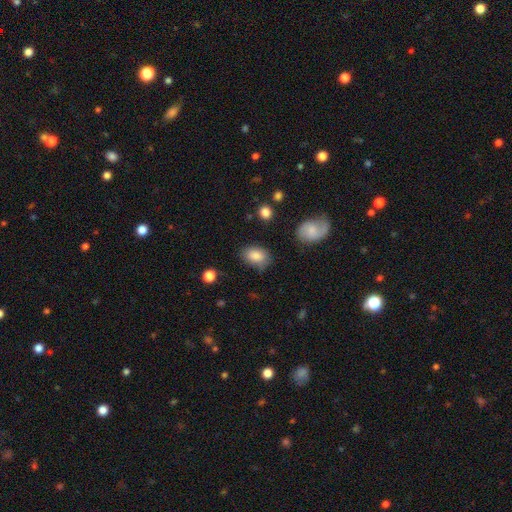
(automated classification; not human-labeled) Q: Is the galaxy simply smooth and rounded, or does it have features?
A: smooth — 83%.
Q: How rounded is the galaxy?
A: in between — 84%.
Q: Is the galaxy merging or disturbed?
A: none — 70%.